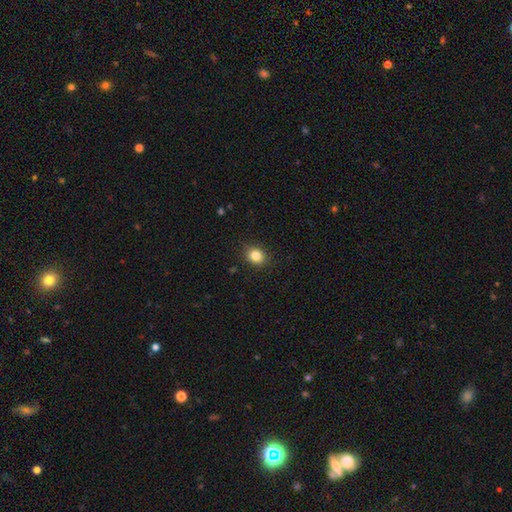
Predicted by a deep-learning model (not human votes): Overall: smooth (83%). How rounded: round (66%; in between 33%). Merging: none (88%).